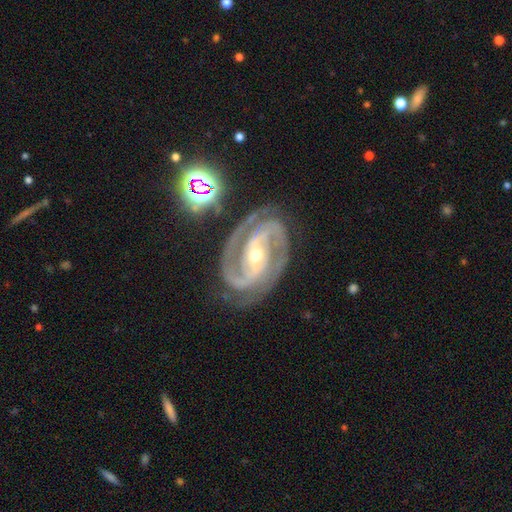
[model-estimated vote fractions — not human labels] A featured or disk galaxy (92%) with a strong bar (36%), 2 (81%) tight (55%) spiral arms (99%) and a moderate central bulge (55%).

Vote fractions:
- Smooth or featured? featured or disk: 92% / star or artifact: 5% / smooth: 3%
- Edge-on disk? no: 97% / yes: 3%
- Bar? strong: 36% / weak: 33% / no: 31%
- Spiral arms? yes: 99% / no: 1%
- Spiral winding? tight: 55% / medium: 40% / loose: 5%
- Spiral arm count? 2: 81% / 3: 11% / can't tell: 3% / 4: 2% / 1: 2% / more than 4: 2%
- Bulge size? moderate: 55% / small: 42% / large: 2% / none: 1% / dominant: 1%
- Merging? none: 76% / minor disturbance: 16% / major disturbance: 6% / merger: 2%